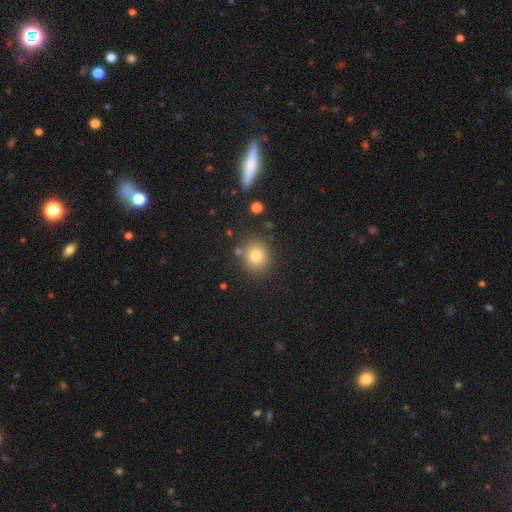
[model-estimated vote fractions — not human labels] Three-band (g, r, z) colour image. It shows a smooth galaxy with no disk features (77%) that is round (82%). Merging: none (83%).